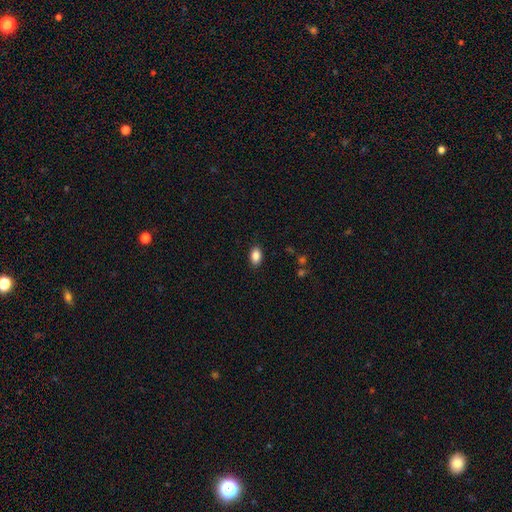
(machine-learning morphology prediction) Smooth or featured? smooth (87%)
How rounded? in between (89%)
Merging? none (88%)